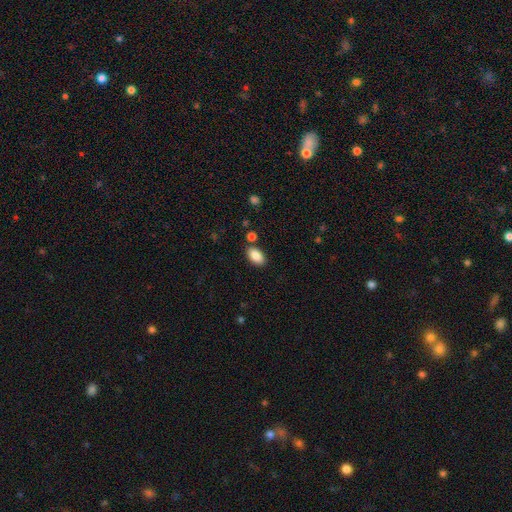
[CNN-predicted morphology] Smooth or featured: smooth — 88% (star or artifact — 8%)
How rounded: in between — 93% (round — 6%)
Merging: none — 83% (minor disturbance — 10%)